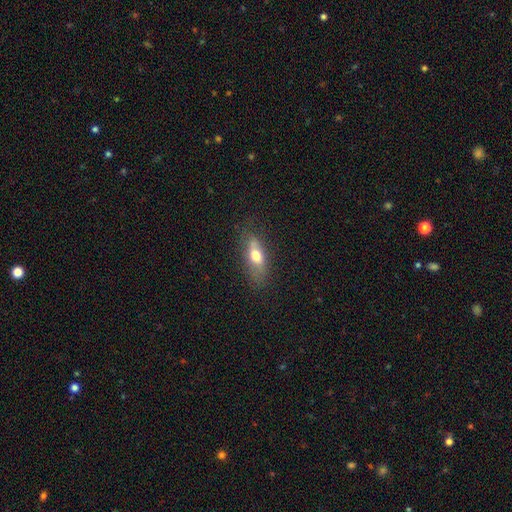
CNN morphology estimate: Overall: smooth (64%; featured or disk 27%). How rounded: in between (70%). Merging: none (69%).